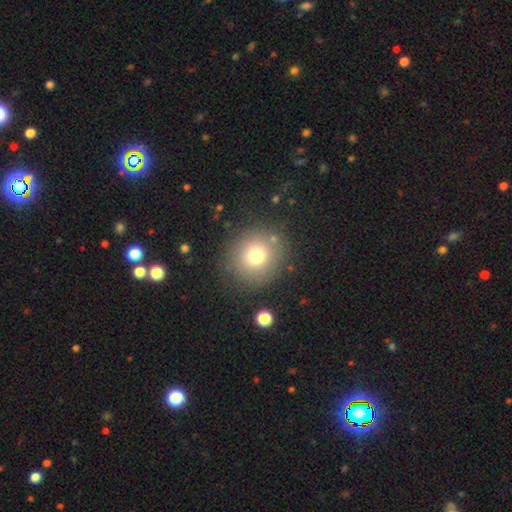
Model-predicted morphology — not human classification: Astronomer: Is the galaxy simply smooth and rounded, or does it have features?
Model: smooth — 73%.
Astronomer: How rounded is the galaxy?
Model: round — 91%.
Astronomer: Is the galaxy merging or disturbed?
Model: none — 84%.